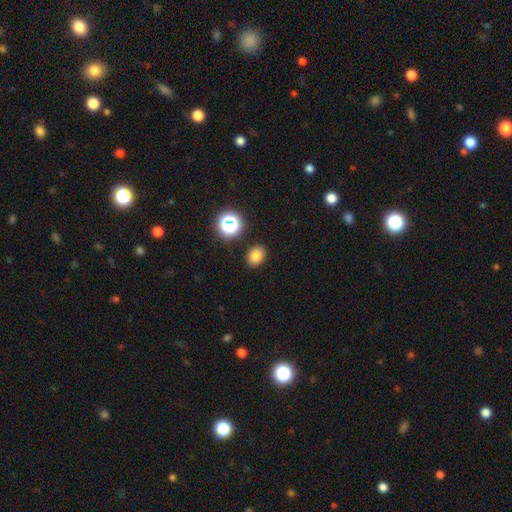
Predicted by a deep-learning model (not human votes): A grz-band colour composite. It shows a smooth galaxy with no disk features (79%) that is in between round and cigar-shaped (63%). Merging: none (87%).